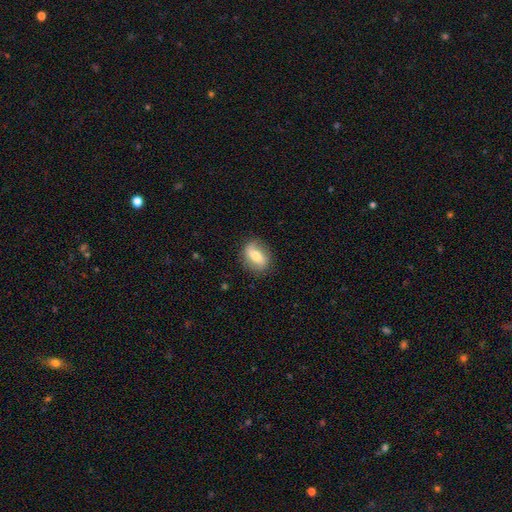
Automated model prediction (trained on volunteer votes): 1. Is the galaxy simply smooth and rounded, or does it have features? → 62% smooth, 31% featured or disk, 7% star or artifact.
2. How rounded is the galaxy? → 72% in between, 24% round, 4% cigar-shaped.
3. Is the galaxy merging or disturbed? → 80% none, 15% minor disturbance, 4% major disturbance, 1% merger.